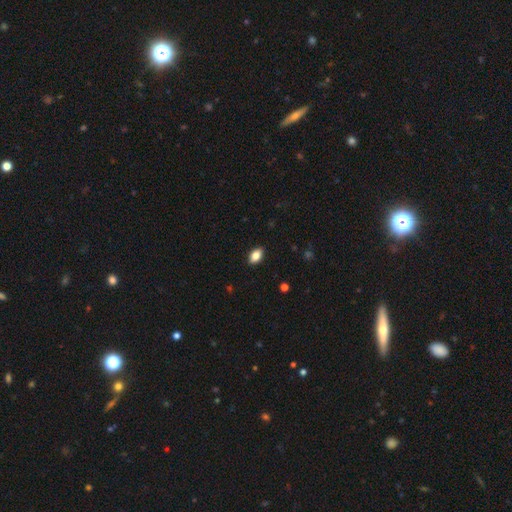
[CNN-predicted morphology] Smooth or featured: smooth — 85% (star or artifact — 8%)
How rounded: in between — 90% (round — 8%)
Merging: none — 89% (minor disturbance — 8%)